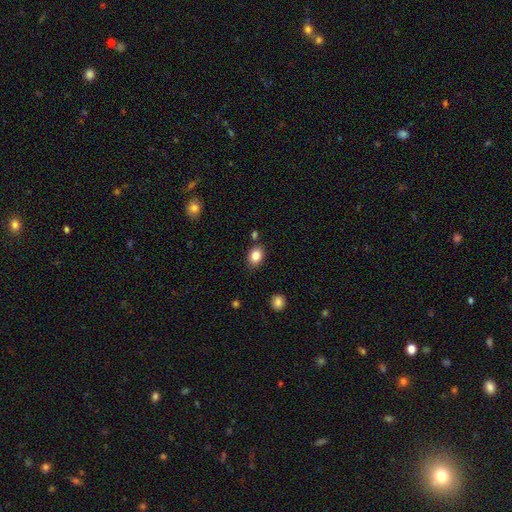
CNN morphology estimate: The model was most divided on "how rounded": in between: 67%, round: 32%, cigar-shaped: 1%. More confident: smooth or featured — smooth (85%); merging — none (80%).